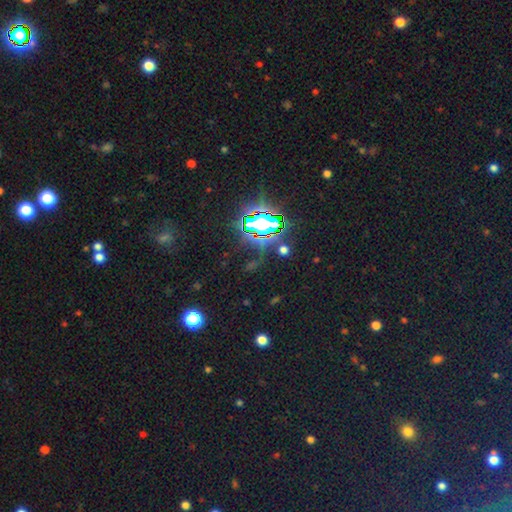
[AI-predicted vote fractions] This is likely a star or artifact rather than a galaxy (79%).